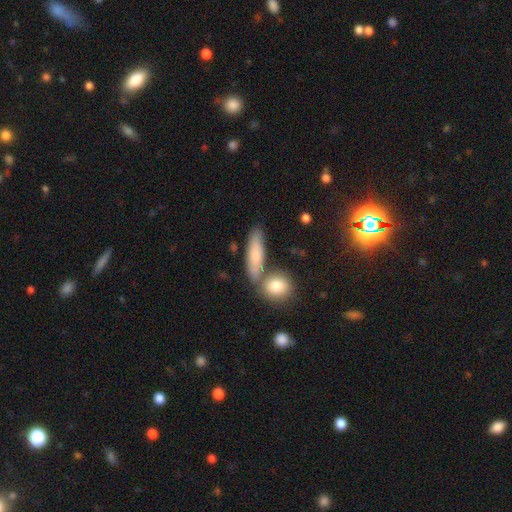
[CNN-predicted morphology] The model was most divided on "how rounded": cigar-shaped: 56%, in between: 40%, round: 5%. More confident: smooth or featured — smooth (76%); merging — none (67%).